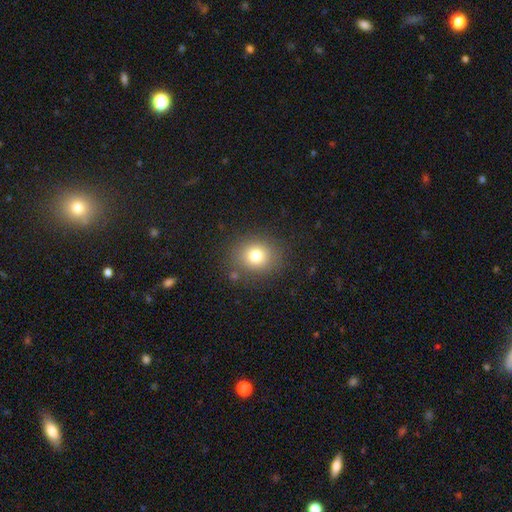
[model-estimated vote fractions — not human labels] This is likely a smooth galaxy (77%). How rounded: likely round (74%). Merging: clearly none (84%).